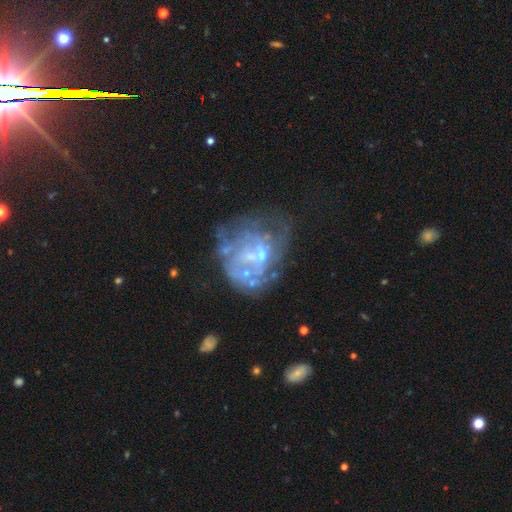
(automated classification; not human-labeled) This appears to be a featured or disk galaxy (72%) with no bar (78%), no spiral arms (69%) and a small central bulge (42%). Merging: none (37%).